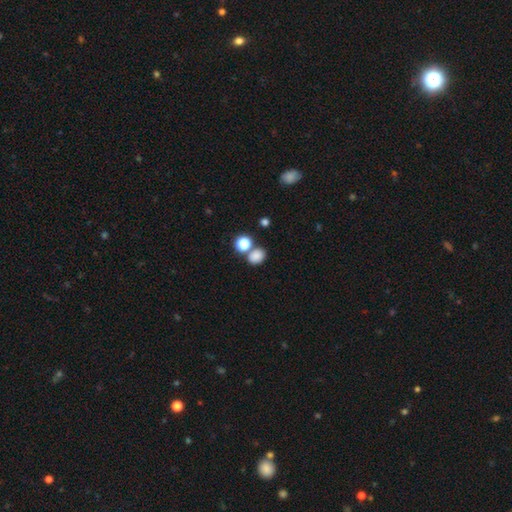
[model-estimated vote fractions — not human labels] Morphology: type=smooth (81%); roundness=round (50%); merging=none (63%).